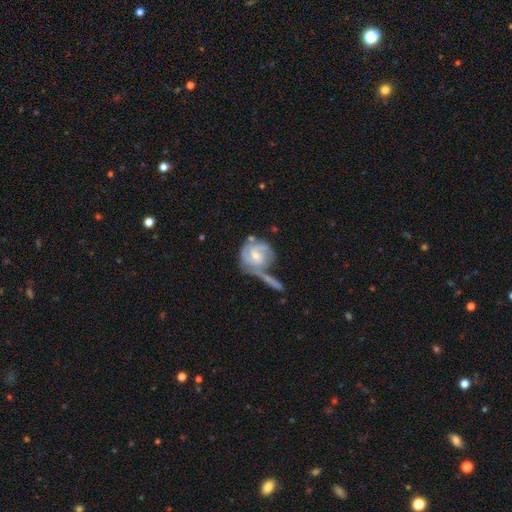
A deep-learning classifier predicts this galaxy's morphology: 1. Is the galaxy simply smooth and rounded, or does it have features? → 75% featured or disk, 19% smooth, 5% star or artifact.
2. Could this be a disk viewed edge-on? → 97% no, 3% yes.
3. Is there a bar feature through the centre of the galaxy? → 46% no, 44% weak, 10% strong.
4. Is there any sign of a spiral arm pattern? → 88% yes, 12% no.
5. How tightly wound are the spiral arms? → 53% tight, 35% medium, 12% loose.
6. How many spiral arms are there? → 44% 2, 27% can't tell, 16% 3, 7% 1, 3% 4, 3% more than 4.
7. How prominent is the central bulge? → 49% small, 45% moderate, 3% none, 2% large, 1% dominant.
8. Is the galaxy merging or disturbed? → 37% none, 31% merger, 17% minor disturbance, 14% major disturbance.